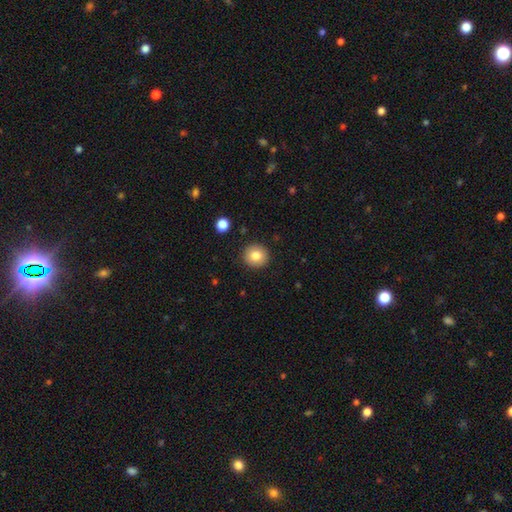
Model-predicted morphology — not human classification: smooth-or-featured: smooth: 82% | star or artifact: 9% | featured or disk: 9%
  how-rounded: round: 90% | in between: 9% | cigar-shaped: 1%
  merging: none: 90% | minor disturbance: 6% | major disturbance: 2% | merger: 1%